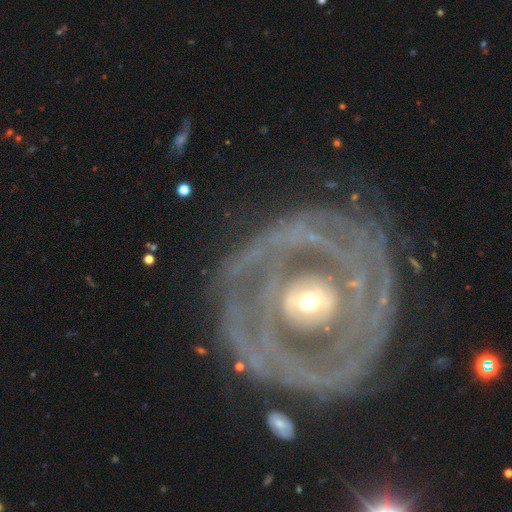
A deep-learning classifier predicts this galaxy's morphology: This is clearly a featured or disk galaxy (84%). It is clearly not viewed edge-on (95%). Bar: possibly no (54%). Spiral arm pattern: likely yes (74%). Spiral arm count: marginally can't tell (37%). Spiral winding: likely tight (75%). Central bulge: possibly moderate (46%). Merging: likely none (74%).